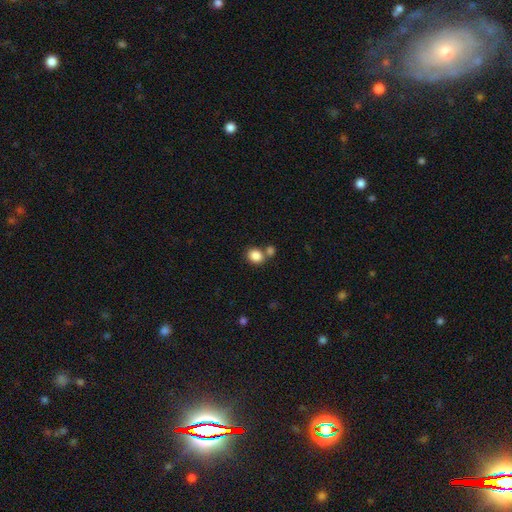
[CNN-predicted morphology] smooth 85%, star or artifact 9%, featured or disk 5%. Down the decision tree: how rounded — round (66%); merging — none (61%).